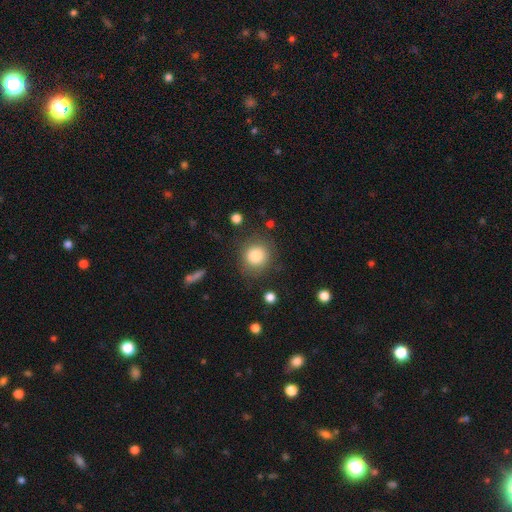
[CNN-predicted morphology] This appears to be a smooth galaxy with no disk features (82%) that is round (87%). Merging: none (80%).